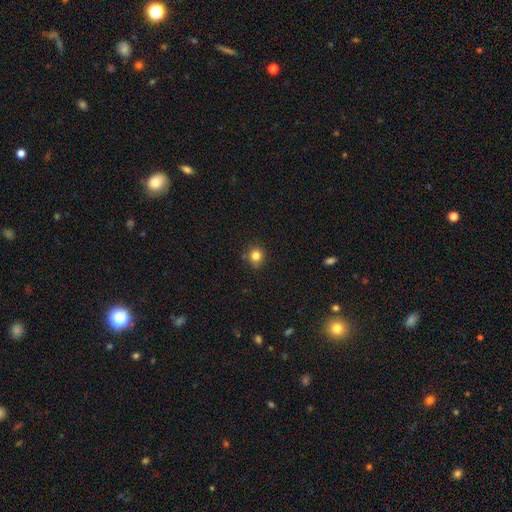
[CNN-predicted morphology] Smooth or featured: smooth — 82% (star or artifact — 13%)
How rounded: round — 89% (in between — 10%)
Merging: none — 78% (minor disturbance — 15%)